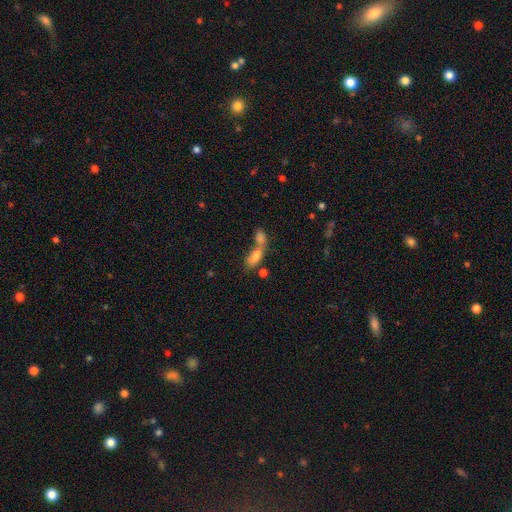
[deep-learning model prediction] The model was most divided on "merging": merger: 64%, none: 23%, minor disturbance: 8%, major disturbance: 5%. More confident: how rounded — in between (77%); smooth or featured — smooth (74%).